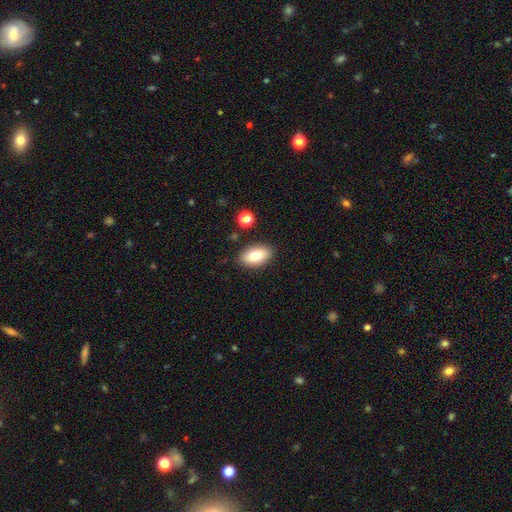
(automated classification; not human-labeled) This is likely a smooth galaxy (76%). How rounded: clearly in between (91%). Merging: clearly none (85%).